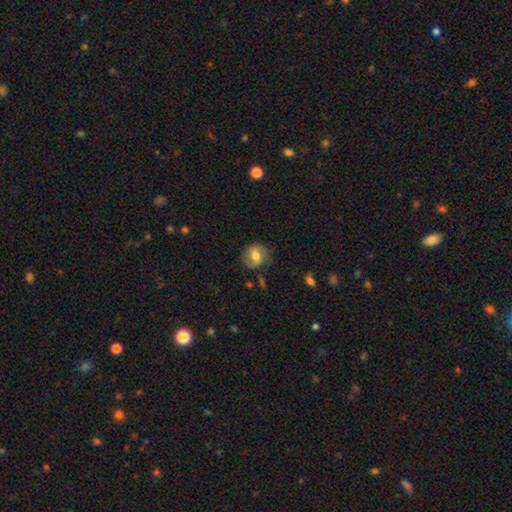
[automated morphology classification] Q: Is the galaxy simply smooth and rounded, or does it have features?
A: smooth — 63%.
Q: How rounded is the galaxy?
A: round — 72%.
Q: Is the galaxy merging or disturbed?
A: none — 76%.